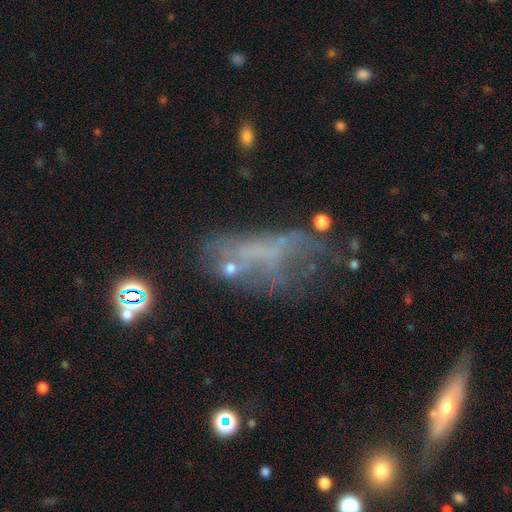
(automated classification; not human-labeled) This is possibly a featured or disk galaxy (46%). Merging: marginally major disturbance (36%).